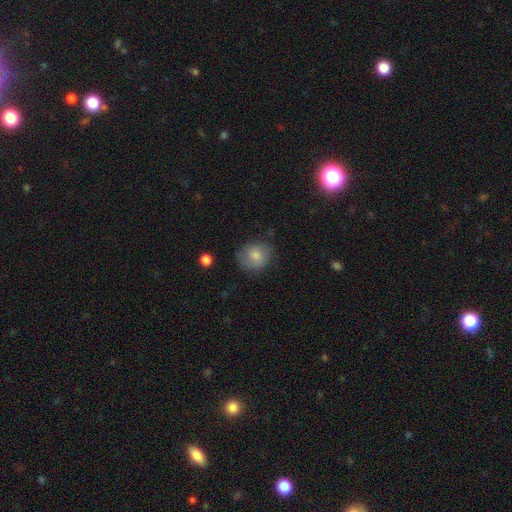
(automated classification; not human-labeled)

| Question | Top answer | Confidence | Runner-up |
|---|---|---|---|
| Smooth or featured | smooth | 76% | featured or disk (16%) |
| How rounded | round | 79% | in between (20%) |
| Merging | none | 70% | minor disturbance (22%) |